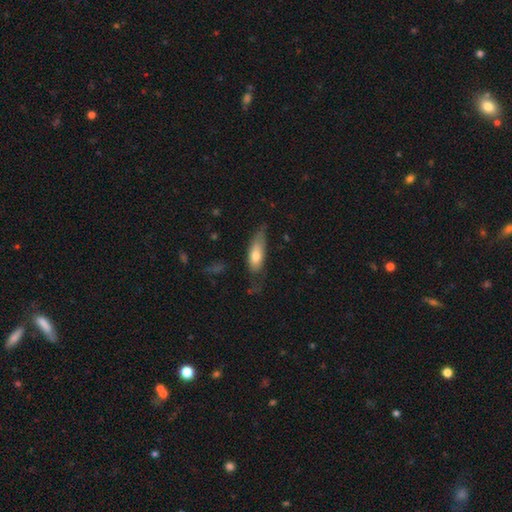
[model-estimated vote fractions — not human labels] This is likely a smooth galaxy (68%). How rounded: likely in between (66%). Merging: possibly none (47%).